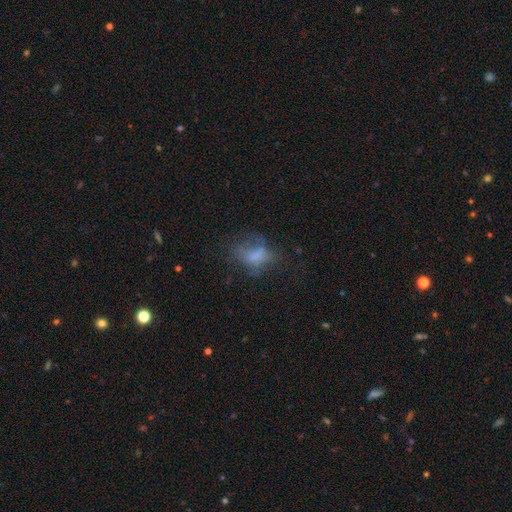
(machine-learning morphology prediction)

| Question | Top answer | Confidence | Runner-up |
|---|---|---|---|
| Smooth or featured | smooth | 52% | featured or disk (32%) |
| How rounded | in between | 74% | round (23%) |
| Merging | none | 41% | major disturbance (33%) |